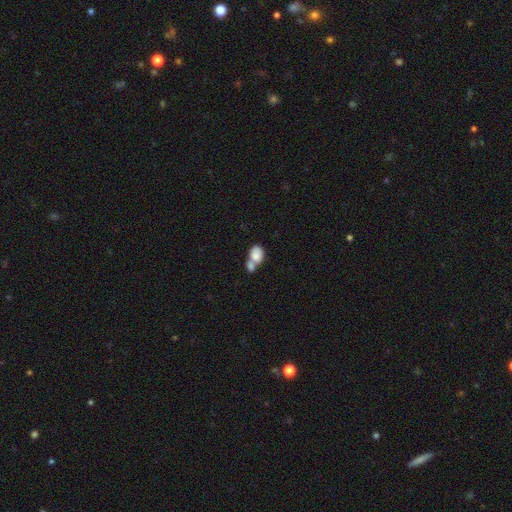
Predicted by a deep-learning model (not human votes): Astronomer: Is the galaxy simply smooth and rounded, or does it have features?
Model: smooth — 79%.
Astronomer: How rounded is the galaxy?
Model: in between — 72%.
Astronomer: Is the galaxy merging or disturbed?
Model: merger — 67%.